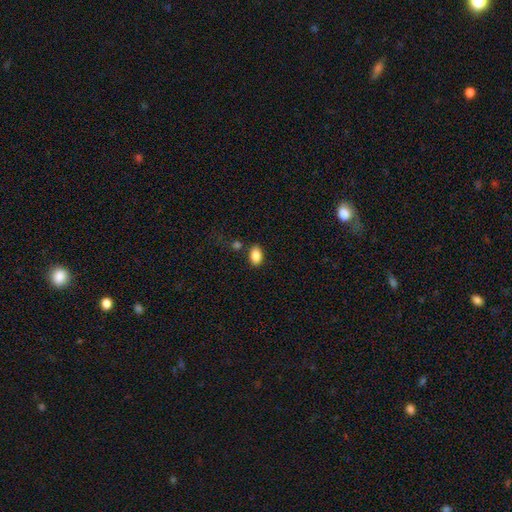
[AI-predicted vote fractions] This appears to be a smooth galaxy with no disk features (87%) that is in between round and cigar-shaped (86%). Merging: none (80%).